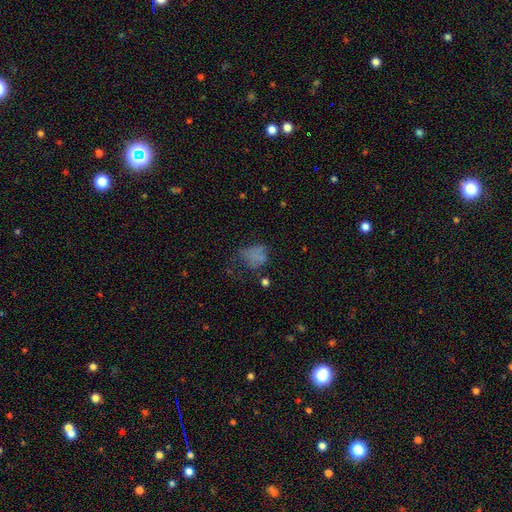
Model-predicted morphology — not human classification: This appears to be a smooth galaxy with no disk features (63%) that is in between round and cigar-shaped (53%). Merging: major disturbance (35%).